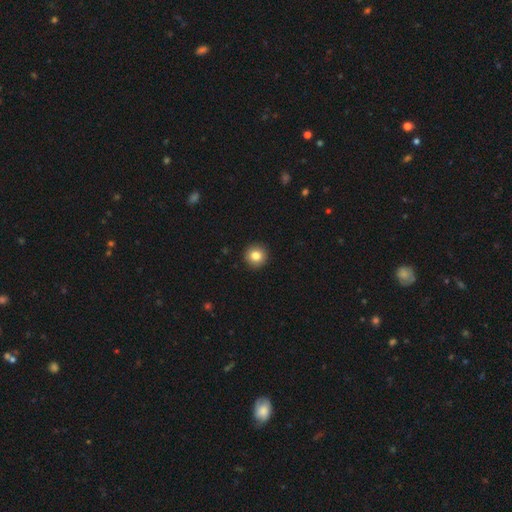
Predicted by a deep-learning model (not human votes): This appears to be a smooth galaxy with no disk features (83%) that is round (95%). Merging: none (93%).